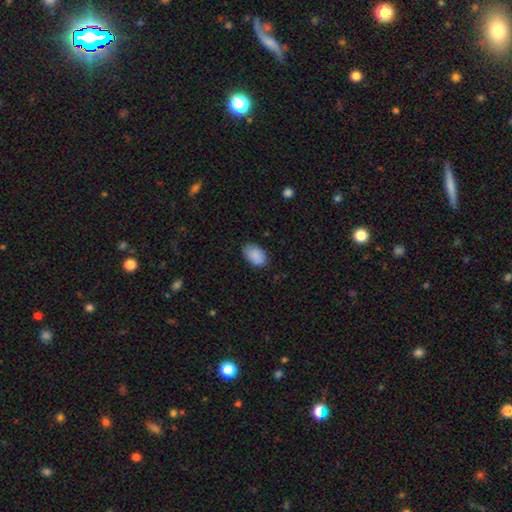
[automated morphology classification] This is clearly a smooth galaxy (89%). How rounded: clearly in between (89%). Merging: clearly none (81%).